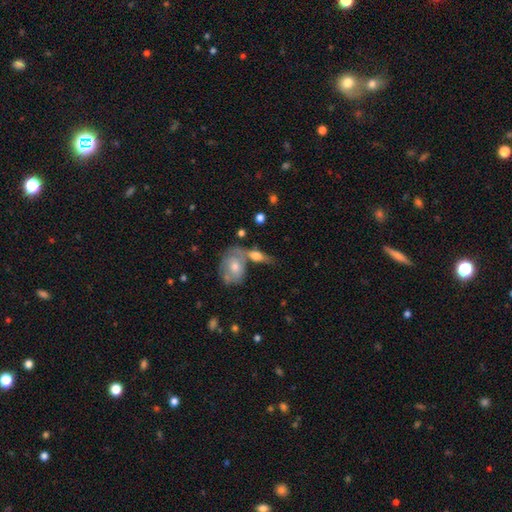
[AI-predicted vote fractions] smooth-or-featured: smooth: 54% | featured or disk: 39% | star or artifact: 7%
  how-rounded: in between: 63% | cigar-shaped: 24% | round: 13%
  merging: none: 43% | merger: 37% | minor disturbance: 14% | major disturbance: 6%